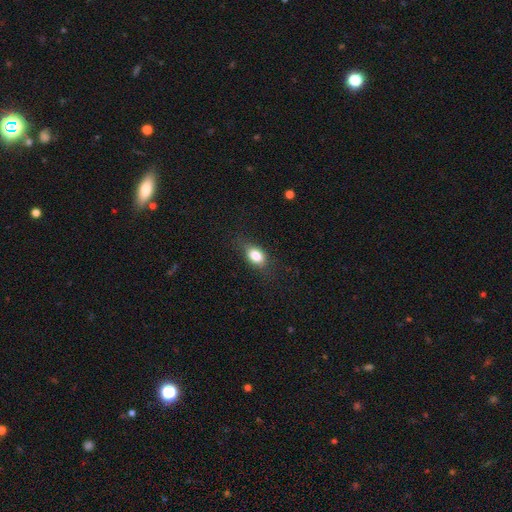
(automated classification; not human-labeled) smooth-or-featured: smooth: 81% | featured or disk: 10% | star or artifact: 9%
  how-rounded: in between: 81% | round: 15% | cigar-shaped: 5%
  merging: none: 72% | minor disturbance: 20% | major disturbance: 7% | merger: 1%